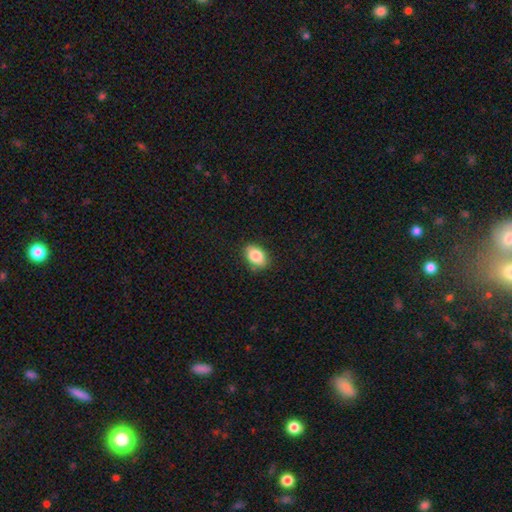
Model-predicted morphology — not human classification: smooth-or-featured: smooth: 86% | star or artifact: 8% | featured or disk: 7%
  how-rounded: in between: 84% | round: 14% | cigar-shaped: 1%
  merging: none: 83% | minor disturbance: 14% | major disturbance: 3% | merger: 1%